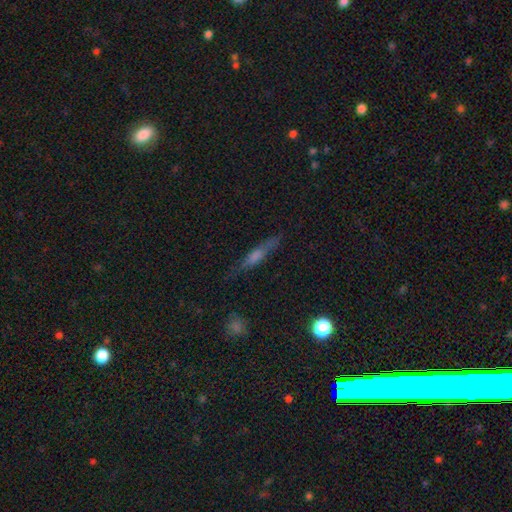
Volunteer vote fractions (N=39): This is likely a featured or disk galaxy (64%). It is clearly viewed edge-on (100%). Edge-on bulge: clearly rounded (80%). Merging: clearly none (83%).